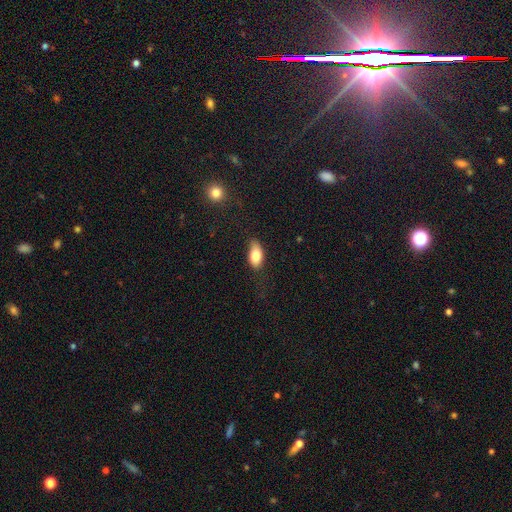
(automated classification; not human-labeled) Morphology: type=smooth (80%); roundness=in between (90%); merging=none (66%).